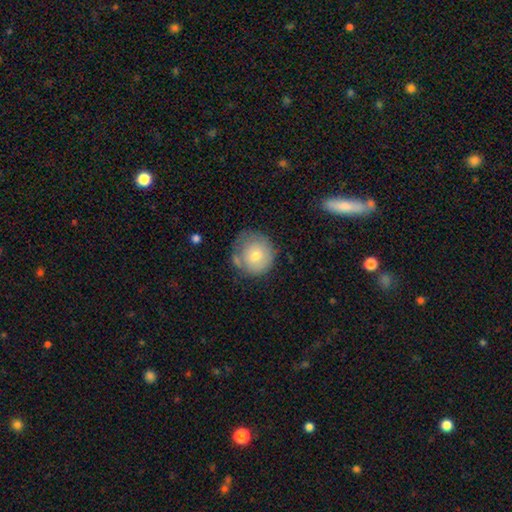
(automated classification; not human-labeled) This is likely a smooth galaxy (68%). How rounded: clearly round (88%). Merging: possibly none (59%).